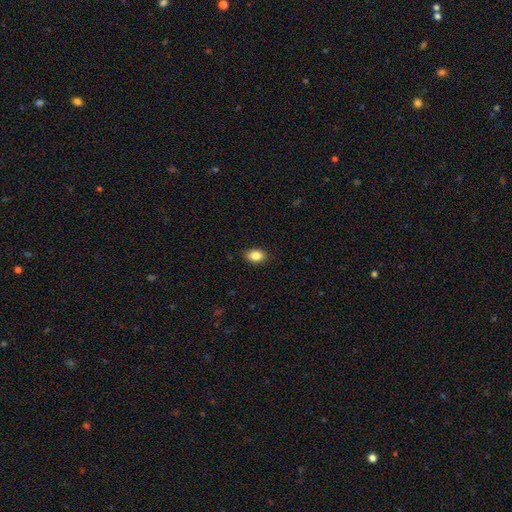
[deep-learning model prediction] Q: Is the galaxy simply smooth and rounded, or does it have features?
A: smooth — 86%.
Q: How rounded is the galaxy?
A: in between — 78%.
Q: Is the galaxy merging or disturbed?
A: none — 88%.